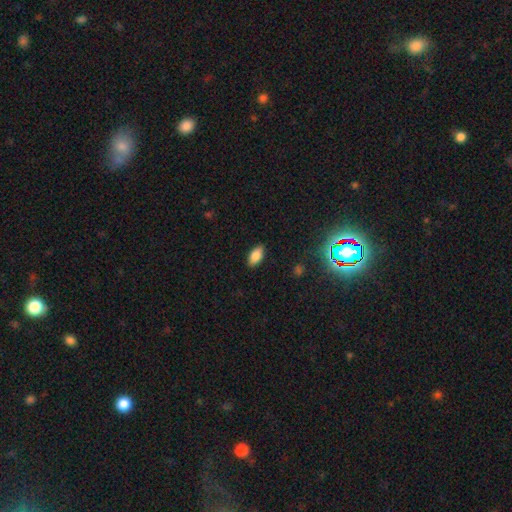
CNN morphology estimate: smooth_or_featured: smooth (p=0.83) [alt: star or artifact p=0.09]
how_rounded: in between (p=0.92) [alt: cigar-shaped p=0.05]
merging: none (p=0.88) [alt: minor disturbance p=0.09]